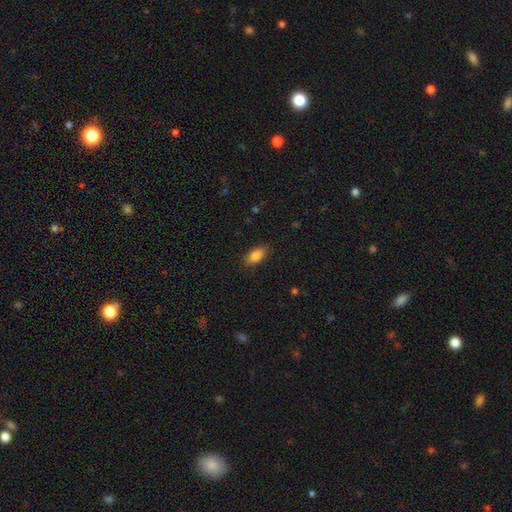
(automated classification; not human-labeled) Q: Smooth or featured?
A: smooth (87%); runner-up: star or artifact (8%)
Q: How rounded?
A: in between (89%); runner-up: cigar-shaped (8%)
Q: Merging?
A: none (85%); runner-up: minor disturbance (11%)